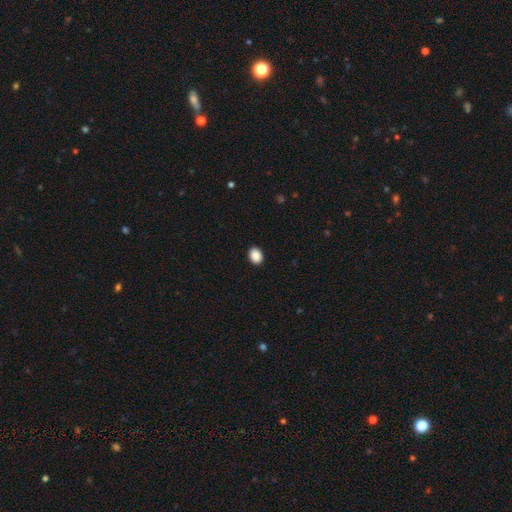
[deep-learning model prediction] Morphology: type=smooth (89%); roundness=in between (57%); merging=none (92%).